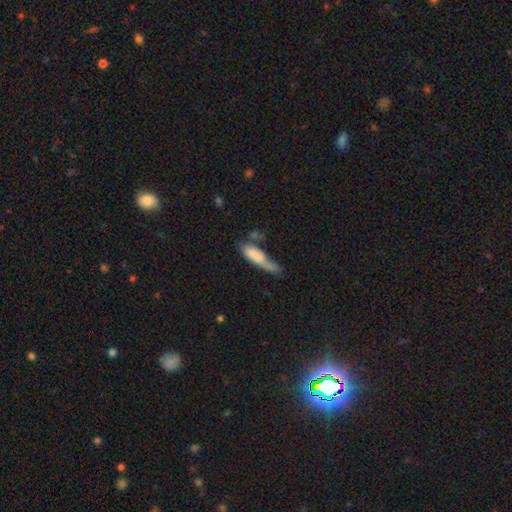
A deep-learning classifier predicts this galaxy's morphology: This is likely a smooth galaxy (73%). How rounded: possibly cigar-shaped (58%). Merging: marginally none (27%).